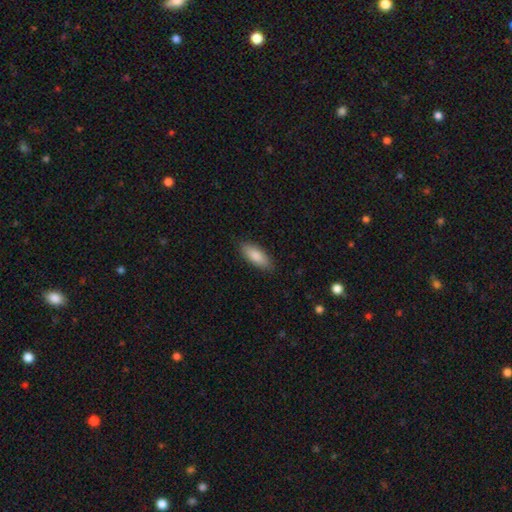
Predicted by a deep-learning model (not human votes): The model was most divided on "how rounded": in between: 77%, cigar-shaped: 21%, round: 2%. More confident: merging — none (86%); smooth or featured — smooth (86%).